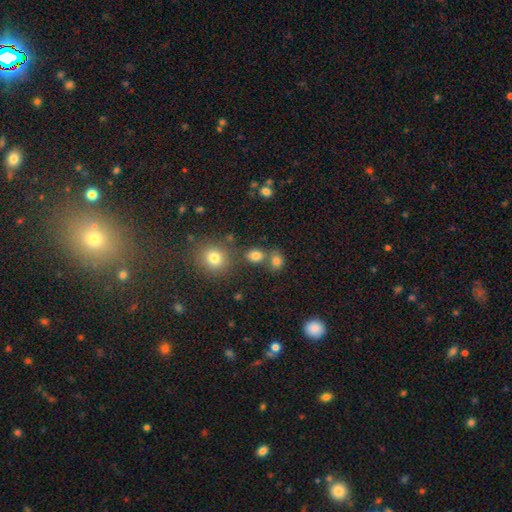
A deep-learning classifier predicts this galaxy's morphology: Smooth or featured? smooth (78%)
How rounded? round (58%)
Merging? none (61%)